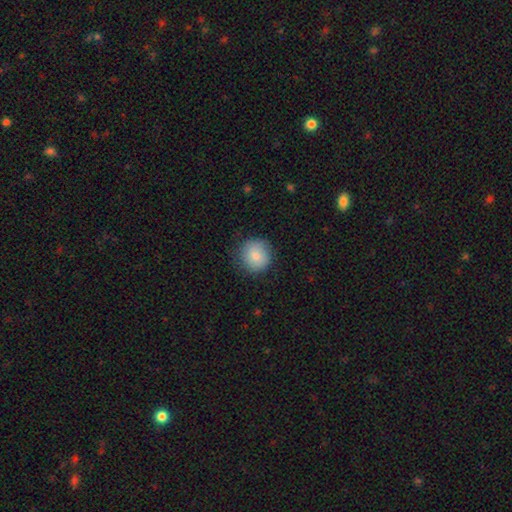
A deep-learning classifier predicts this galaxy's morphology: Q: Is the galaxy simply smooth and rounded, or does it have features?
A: smooth — 84%.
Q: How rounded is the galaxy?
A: round — 92%.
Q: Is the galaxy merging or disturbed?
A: none — 83%.